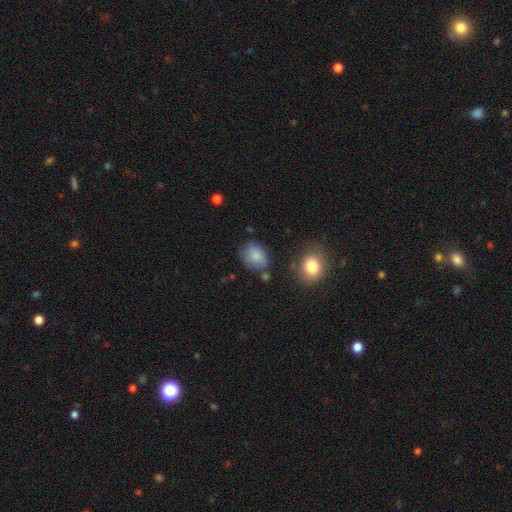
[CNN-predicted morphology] type=smooth (83%); roundness=in between (64%); merging=none (68%).